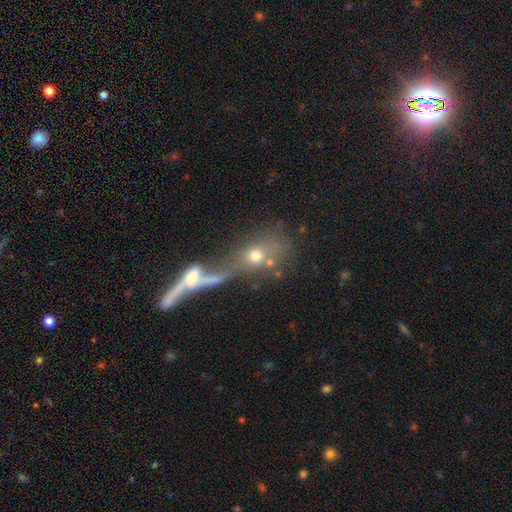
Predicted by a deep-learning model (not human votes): A smooth galaxy with no disk features (57%) that is in between round and cigar-shaped (47%). Merging: merger (61%).